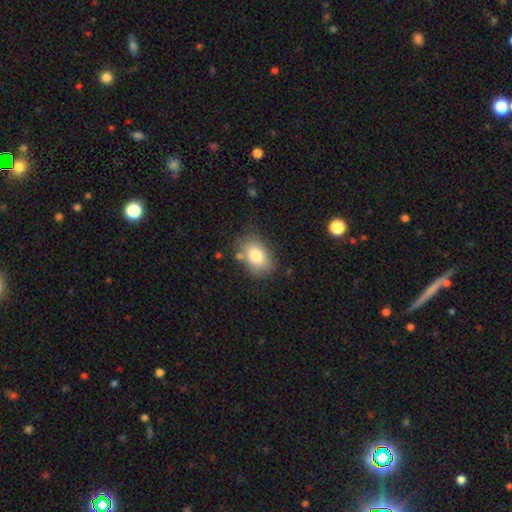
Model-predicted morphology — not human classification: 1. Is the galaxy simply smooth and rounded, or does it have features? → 82% smooth, 10% featured or disk, 8% star or artifact.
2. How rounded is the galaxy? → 83% in between, 15% round, 1% cigar-shaped.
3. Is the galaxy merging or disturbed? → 74% none, 17% minor disturbance, 5% major disturbance, 5% merger.